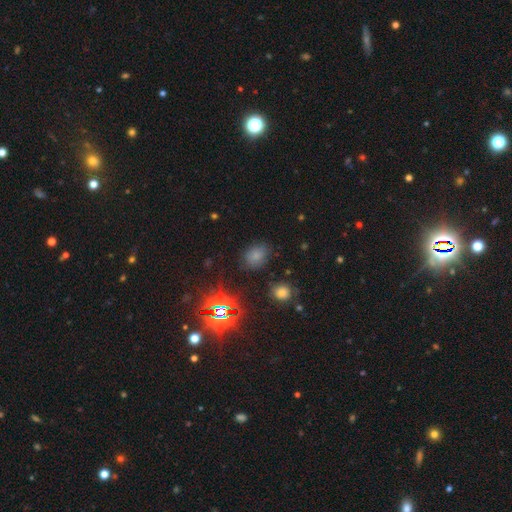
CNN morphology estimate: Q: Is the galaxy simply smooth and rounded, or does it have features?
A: smooth — 67%.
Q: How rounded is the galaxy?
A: in between — 60%.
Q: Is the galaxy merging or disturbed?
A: none — 76%.